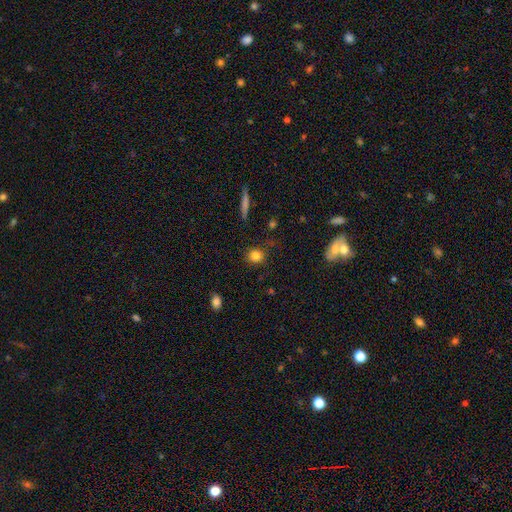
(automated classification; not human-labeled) smooth_or_featured: smooth (p=0.83) [alt: star or artifact p=0.11]
how_rounded: round (p=0.78) [alt: in between p=0.20]
merging: none (p=0.81) [alt: minor disturbance p=0.13]